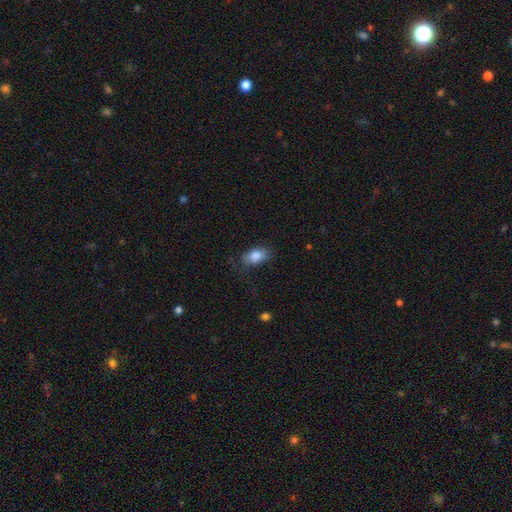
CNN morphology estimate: The model was most divided on "merging": none: 69%, minor disturbance: 22%, major disturbance: 8%, merger: 1%. More confident: how rounded — in between (87%); smooth or featured — smooth (84%).